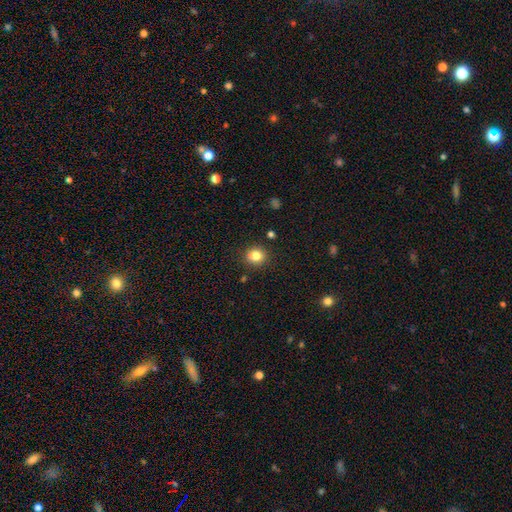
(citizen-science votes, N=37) A smooth galaxy with no disk features (84%) that is round (100%). Merging: none (76%).